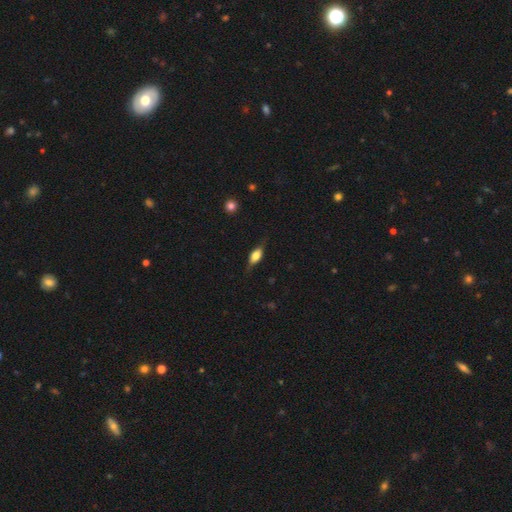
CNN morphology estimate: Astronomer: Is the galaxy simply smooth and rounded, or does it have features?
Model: smooth — 54% (runner-up: featured or disk, 38%).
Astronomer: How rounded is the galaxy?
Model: in between — 75%.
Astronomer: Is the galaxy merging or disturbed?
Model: none — 76%.